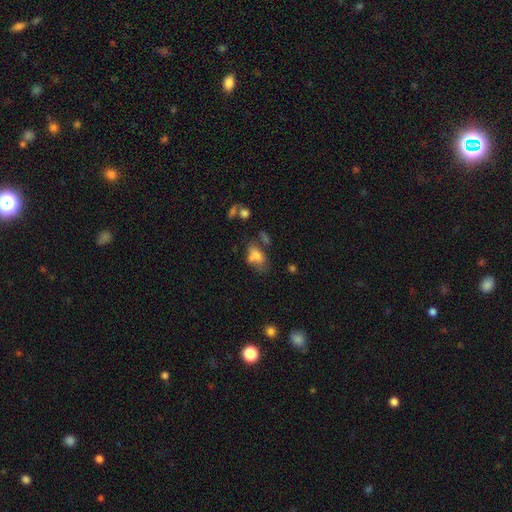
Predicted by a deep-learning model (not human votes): Smooth or featured? Predicted: smooth (p=0.67). How rounded? Predicted: in between (p=0.84). Merging? Predicted: none (p=0.31).